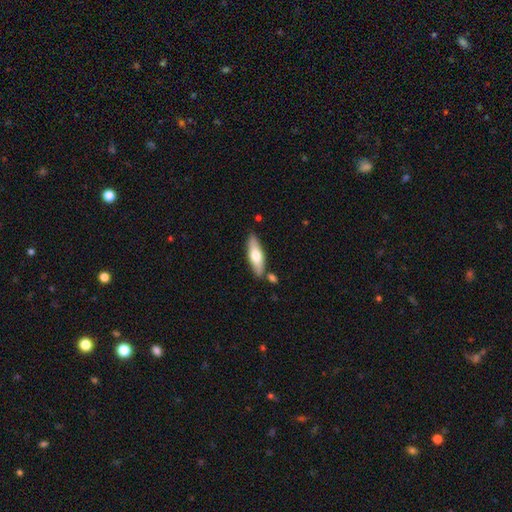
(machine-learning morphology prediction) The model was most divided on "how rounded": cigar-shaped: 52%, in between: 46%, round: 2%. More confident: merging — none (80%); smooth or featured — smooth (60%).